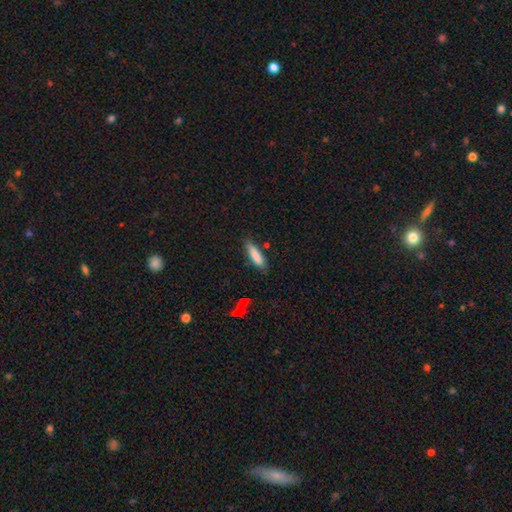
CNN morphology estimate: Smooth or featured? Predicted: smooth (p=0.83). How rounded? Predicted: cigar-shaped (p=0.66). Merging? Predicted: none (p=0.75).